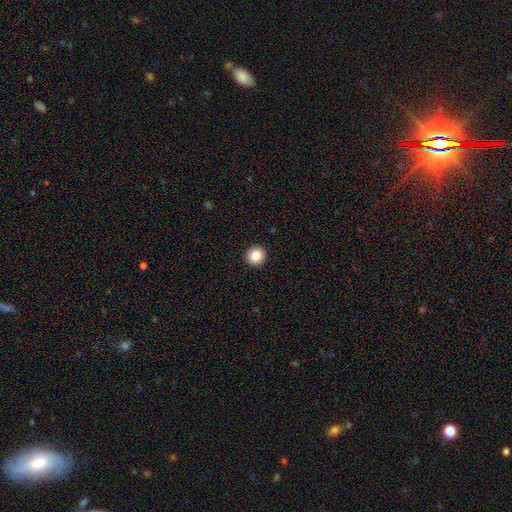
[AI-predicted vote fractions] Smooth or featured? smooth (84%)
How rounded? round (95%)
Merging? none (93%)